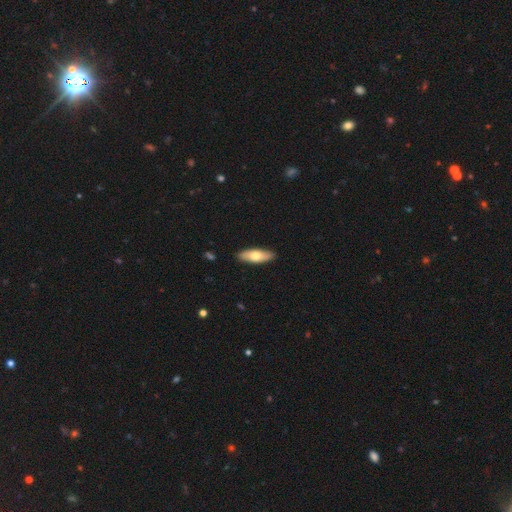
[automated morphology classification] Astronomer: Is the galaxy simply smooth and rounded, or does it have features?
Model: smooth — 68%.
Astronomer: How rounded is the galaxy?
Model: in between — 64%.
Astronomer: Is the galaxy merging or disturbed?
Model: none — 90%.